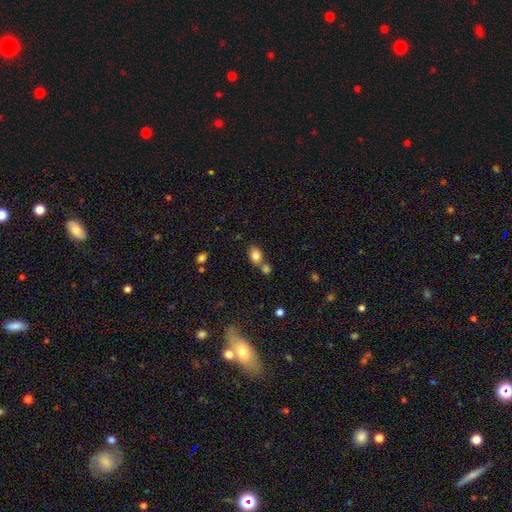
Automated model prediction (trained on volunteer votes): A smooth galaxy with no disk features (82%) that is in between round and cigar-shaped (71%). Merging: none (52%).